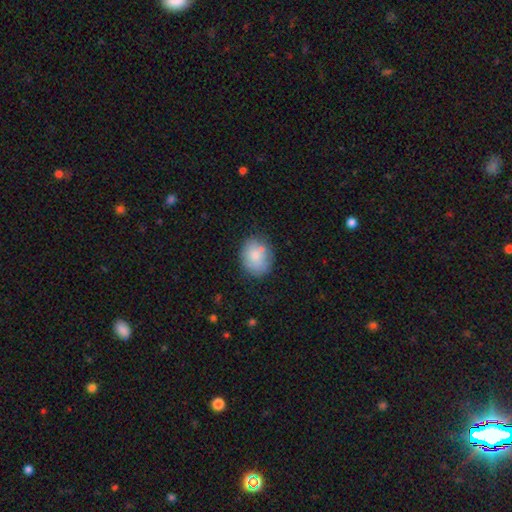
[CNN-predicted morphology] smooth_or_featured: smooth (p=0.77) [alt: featured or disk p=0.15]
how_rounded: round (p=0.55) [alt: in between p=0.44]
merging: none (p=0.71) [alt: minor disturbance p=0.20]